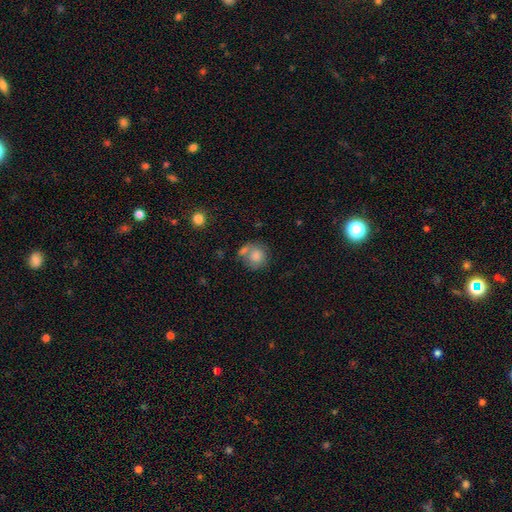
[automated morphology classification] The model was most divided on "merging": none: 46%, merger: 29%, minor disturbance: 17%, major disturbance: 8%. More confident: how rounded — round (83%); smooth or featured — smooth (78%).